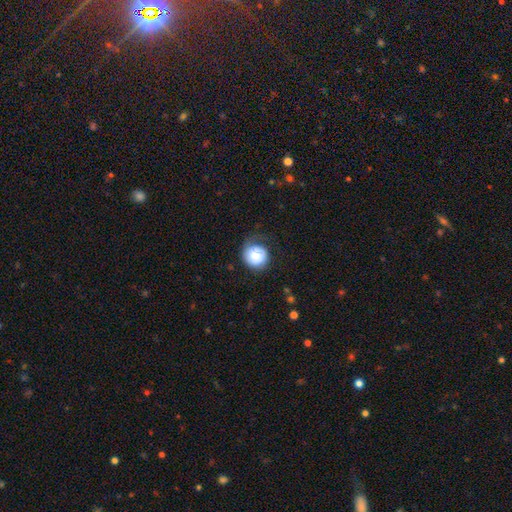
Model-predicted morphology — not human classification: Smooth or featured? Predicted: smooth (p=0.76). How rounded? Predicted: round (p=0.92). Merging? Predicted: none (p=0.55).